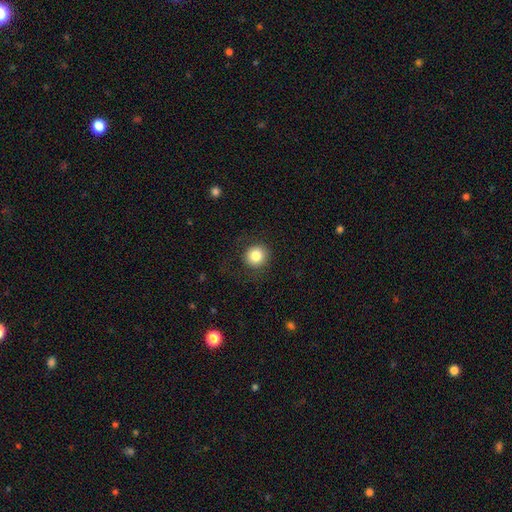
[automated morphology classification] The model was most divided on "smooth or featured": smooth: 83%, star or artifact: 10%, featured or disk: 7%. More confident: how rounded — round (92%); merging — none (85%).